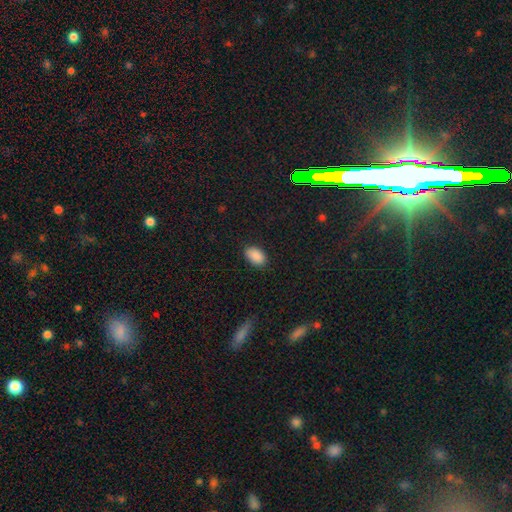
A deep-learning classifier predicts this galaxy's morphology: Q: Smooth or featured?
A: smooth (89%); runner-up: star or artifact (8%)
Q: How rounded?
A: in between (91%); runner-up: round (7%)
Q: Merging?
A: none (85%); runner-up: minor disturbance (12%)